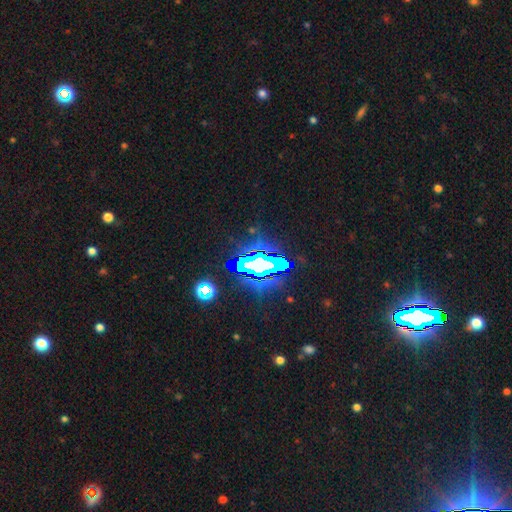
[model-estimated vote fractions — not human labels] This appears to be a star or artifact, not a galaxy (75%).